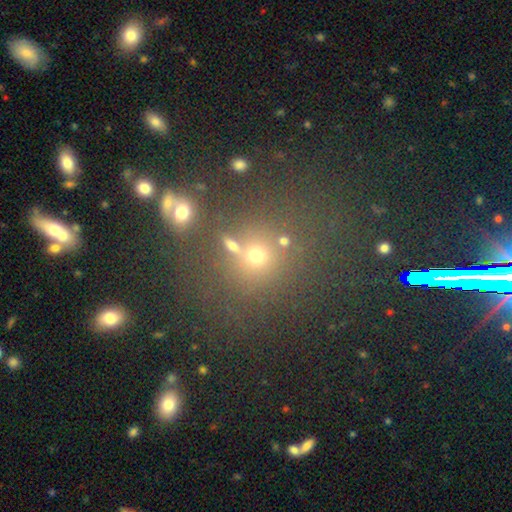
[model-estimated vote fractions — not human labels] smooth_or_featured: smooth (p=0.51) [alt: star or artifact p=0.38]
how_rounded: round (p=0.82) [alt: in between p=0.17]
merging: none (p=0.68) [alt: merger p=0.16]